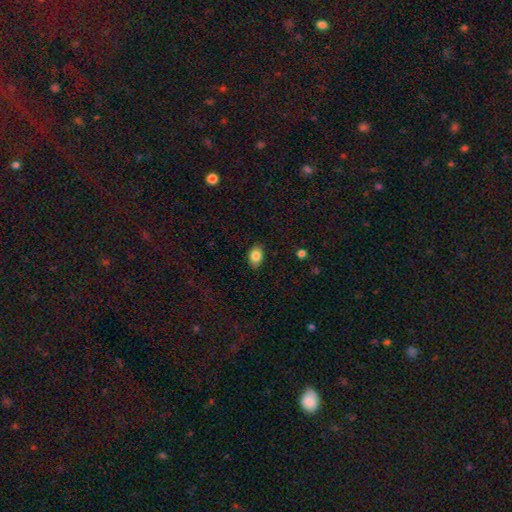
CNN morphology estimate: Smooth or featured: smooth — 84% (star or artifact — 9%)
How rounded: in between — 77% (round — 21%)
Merging: none — 83% (minor disturbance — 13%)